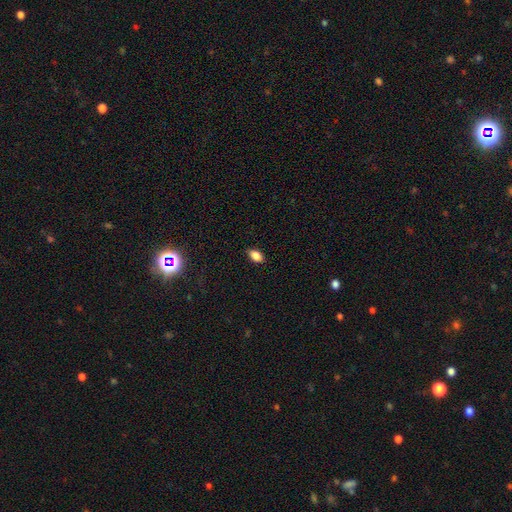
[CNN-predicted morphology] This is clearly a smooth galaxy (85%). How rounded: clearly in between (88%). Merging: clearly none (85%).